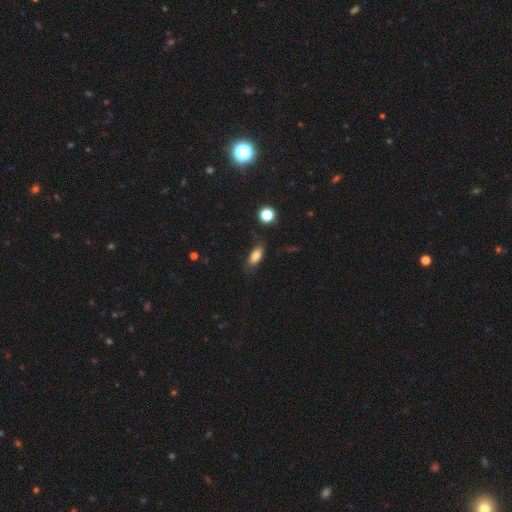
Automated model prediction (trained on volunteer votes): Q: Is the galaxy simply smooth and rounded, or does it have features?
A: smooth — 80%.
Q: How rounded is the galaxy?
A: in between — 82%.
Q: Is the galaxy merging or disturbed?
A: none — 70%.